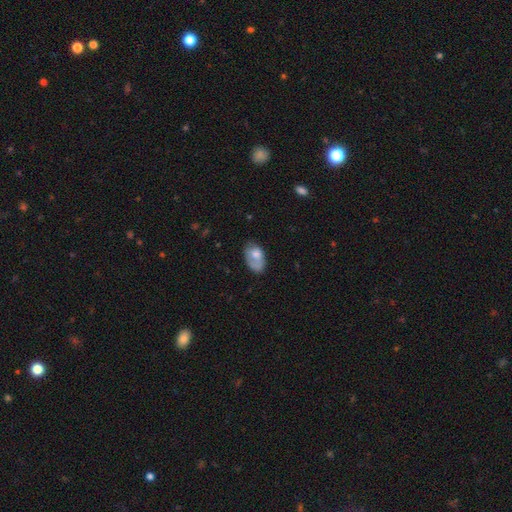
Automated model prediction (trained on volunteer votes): Morphology: type=smooth (68%); roundness=in between (90%); merging=none (41%).